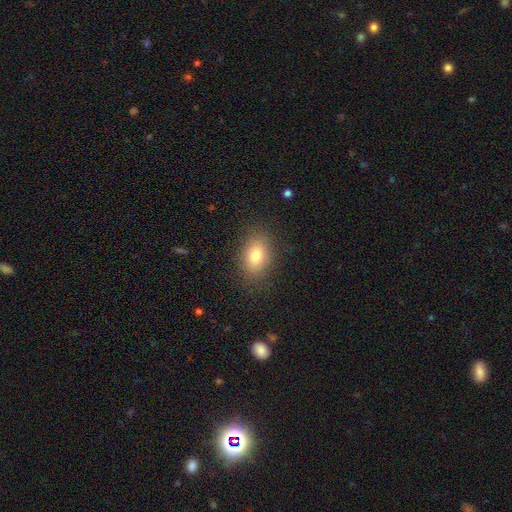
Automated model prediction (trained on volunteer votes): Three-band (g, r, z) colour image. It shows a smooth galaxy with no disk features (78%) that is in between round and cigar-shaped (81%). Merging: none (85%).